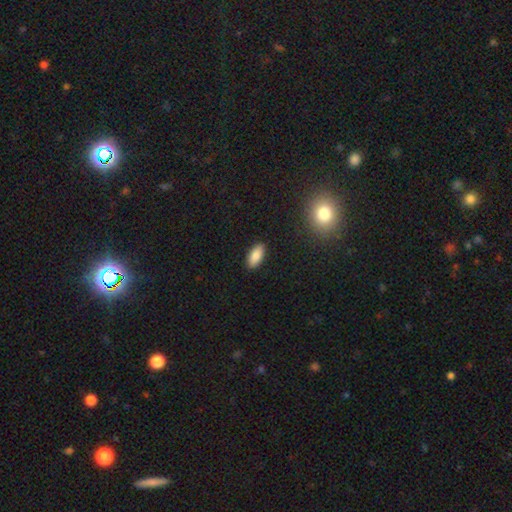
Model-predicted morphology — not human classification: The model was most divided on "smooth or featured": smooth: 86%, star or artifact: 7%, featured or disk: 7%. More confident: merging — none (89%); how rounded — in between (89%).